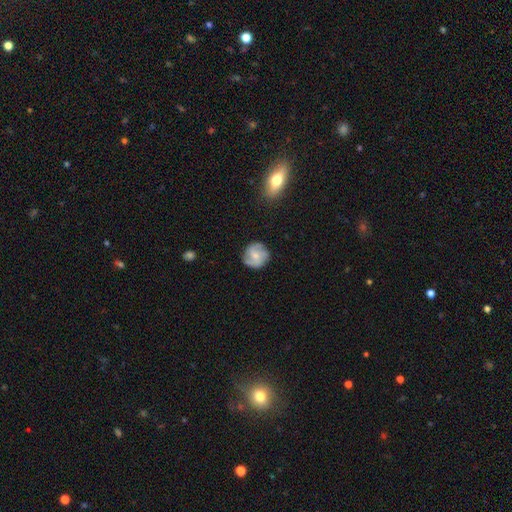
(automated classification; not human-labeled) Smooth or featured? featured or disk (61%)
Edge-on disk? no (97%)
Bar? no (59%)
Spiral arms? yes (90%)
Spiral winding? medium (45%)
Spiral arm count? 2 (36%)
Bulge size? small (56%)
Merging? none (80%)